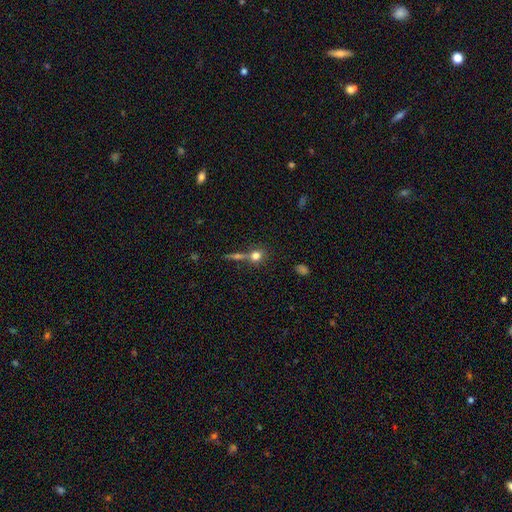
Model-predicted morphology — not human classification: Smooth or featured? smooth (73%)
How rounded? round (78%)
Merging? none (57%)